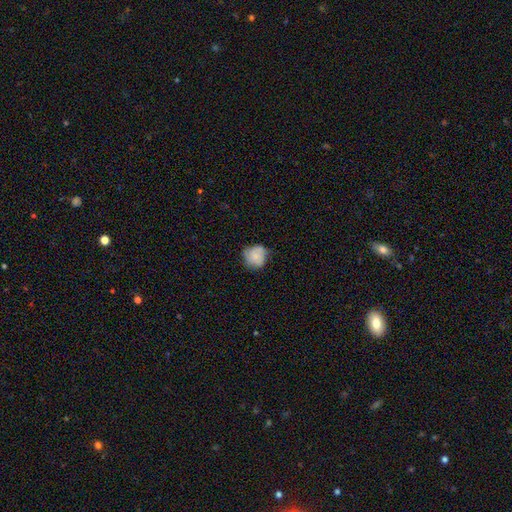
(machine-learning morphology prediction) smooth_or_featured: smooth (p=0.72) [alt: featured or disk p=0.20]
how_rounded: round (p=0.83) [alt: in between p=0.16]
merging: none (p=0.61) [alt: minor disturbance p=0.30]